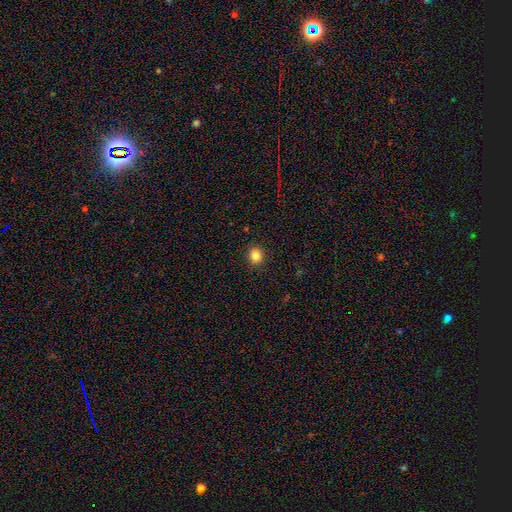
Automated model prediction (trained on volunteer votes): Smooth or featured? smooth (84%)
How rounded? round (75%)
Merging? none (91%)